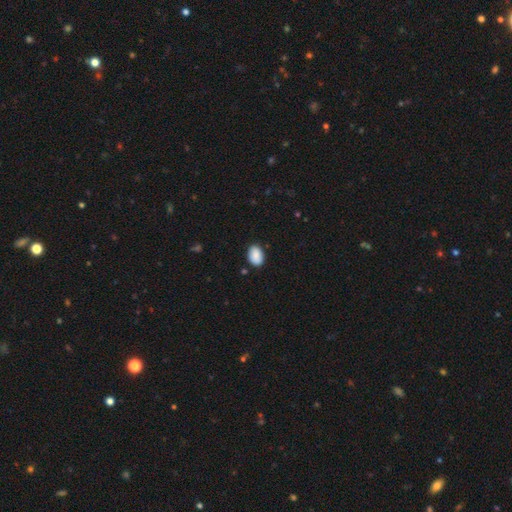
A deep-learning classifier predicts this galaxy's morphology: Smooth or featured? Predicted: smooth (p=0.89). How rounded? Predicted: in between (p=0.85). Merging? Predicted: none (p=0.84).